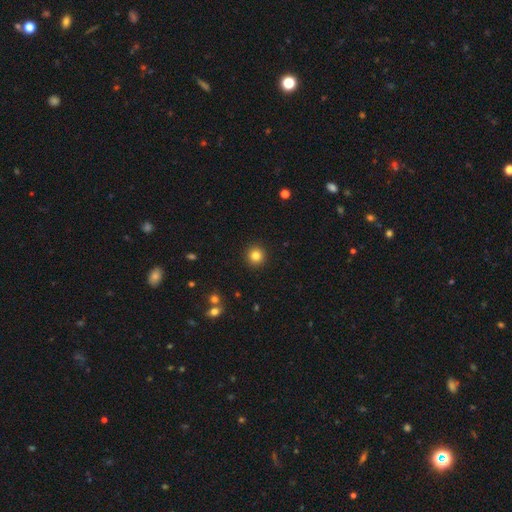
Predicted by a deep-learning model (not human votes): Overall: smooth (82%). How rounded: round (95%). Merging: none (93%).